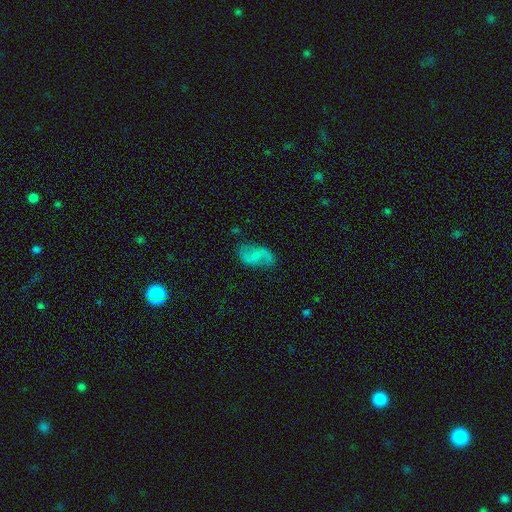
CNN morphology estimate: Smooth or featured?
  - featured or disk: 67% *
  - smooth: 25%
  - star or artifact: 8%
Edge-on disk?
  - no: 97% *
  - yes: 3%
Bar?
  - weak: 47% *
  - no: 41%
  - strong: 13%
Spiral arms?
  - yes: 91% *
  - no: 9%
Spiral winding?
  - loose: 64% *
  - medium: 28%
  - tight: 7%
Spiral arm count?
  - 2: 90% *
  - can't tell: 4%
  - 1: 3%
  - 3: 1%
  - 4: 1%
  - more than 4: 1%
Bulge size?
  - small: 43% *
  - none: 34%
  - moderate: 20%
  - large: 2%
  - dominant: 1%
Merging?
  - none: 74% *
  - minor disturbance: 17%
  - major disturbance: 6%
  - merger: 2%